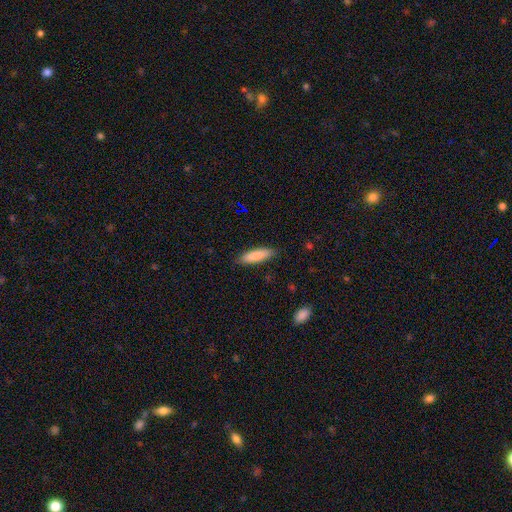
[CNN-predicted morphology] type=smooth (85%); roundness=cigar-shaped (66%); merging=none (87%).